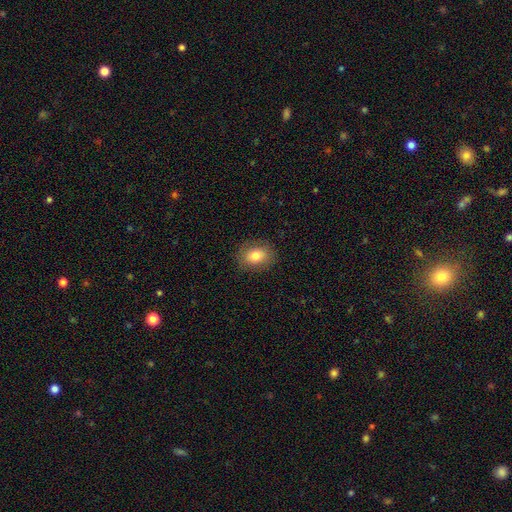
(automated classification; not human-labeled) This appears to be a smooth galaxy with no disk features (78%) that is in between round and cigar-shaped (55%). Merging: none (85%).